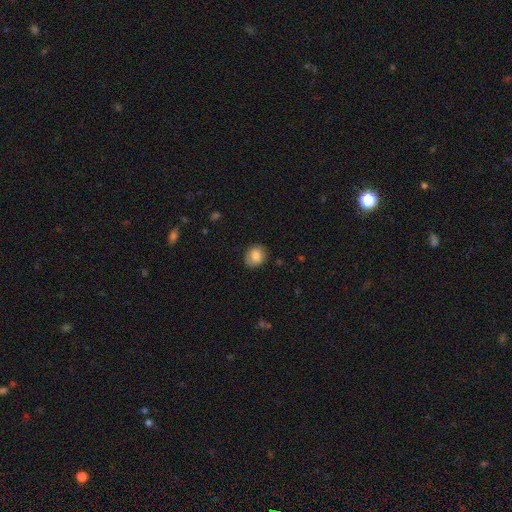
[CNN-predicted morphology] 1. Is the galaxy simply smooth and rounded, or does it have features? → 82% smooth, 10% featured or disk, 8% star or artifact.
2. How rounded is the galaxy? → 66% round, 33% in between, 1% cigar-shaped.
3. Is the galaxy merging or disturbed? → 82% none, 13% minor disturbance, 3% major disturbance, 1% merger.